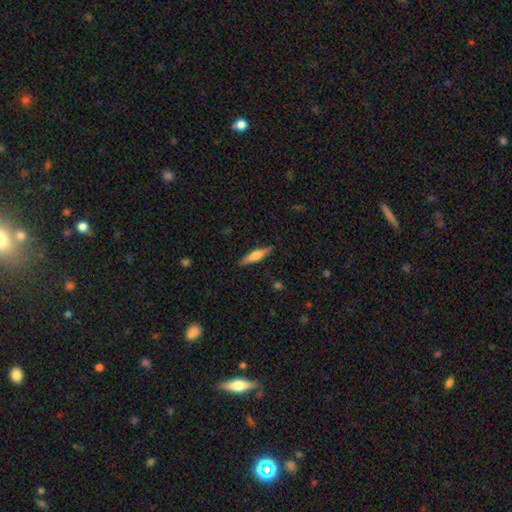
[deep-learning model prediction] Smooth or featured: featured or disk — 50% (smooth — 44%)
Merging: none — 88% (minor disturbance — 9%)